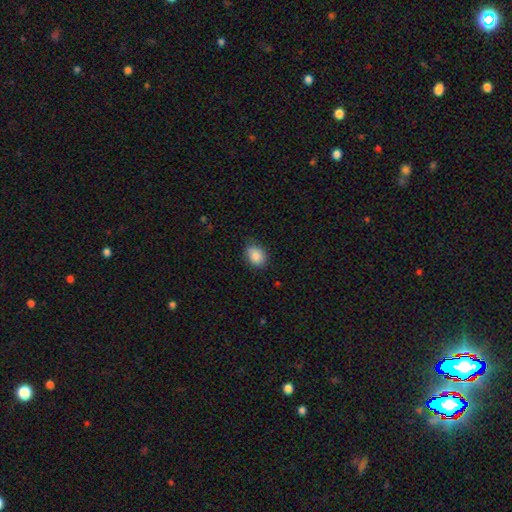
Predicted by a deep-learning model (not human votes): This appears to be a smooth galaxy with no disk features (87%) that is in between round and cigar-shaped (63%). Merging: none (79%).